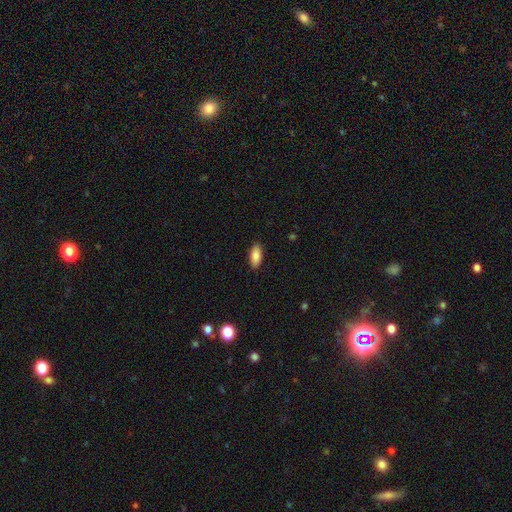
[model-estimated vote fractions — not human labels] This appears to be a smooth galaxy with no disk features (87%) that is in between round and cigar-shaped (84%). Merging: none (89%).